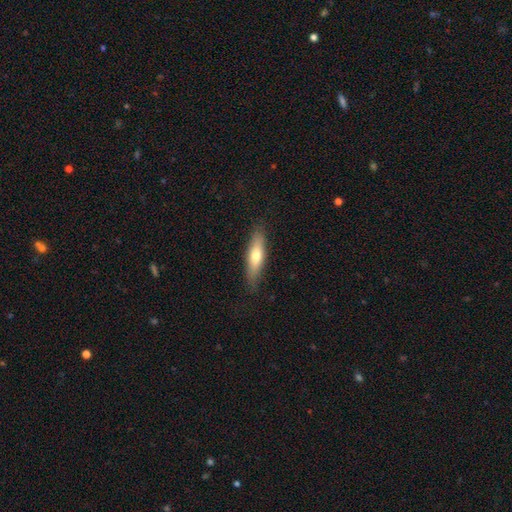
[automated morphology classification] Overall: smooth (66%; featured or disk 28%). How rounded: cigar-shaped (60%; in between 38%). Merging: none (84%).